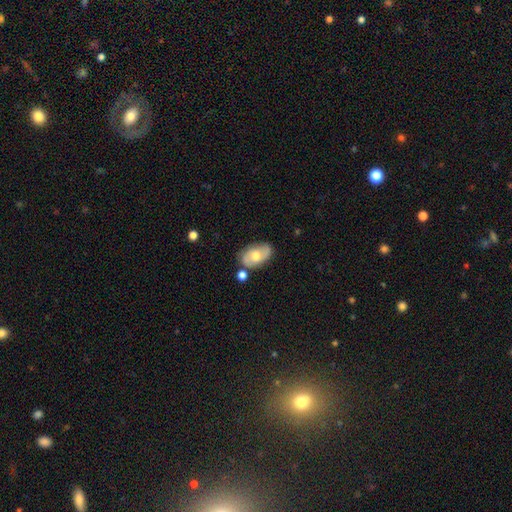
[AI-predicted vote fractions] This is possibly a featured or disk galaxy (60%). It is clearly not viewed edge-on (94%). Bar: likely no (66%). Spiral arm pattern: likely yes (79%). Central bulge: likely moderate (74%). Merging: likely none (69%).